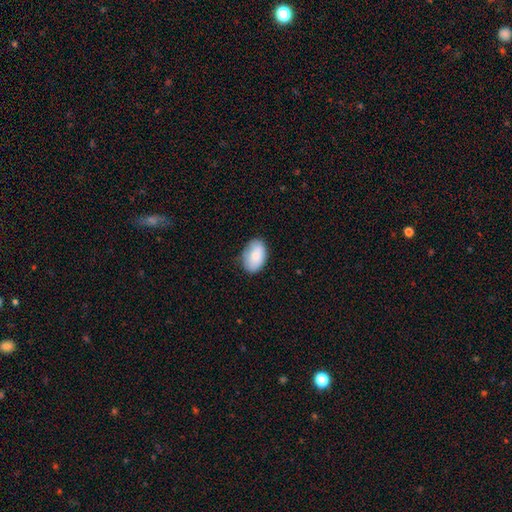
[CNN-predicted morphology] Q: Smooth or featured?
A: smooth (85%); runner-up: featured or disk (9%)
Q: How rounded?
A: in between (89%); runner-up: round (10%)
Q: Merging?
A: none (79%); runner-up: minor disturbance (17%)